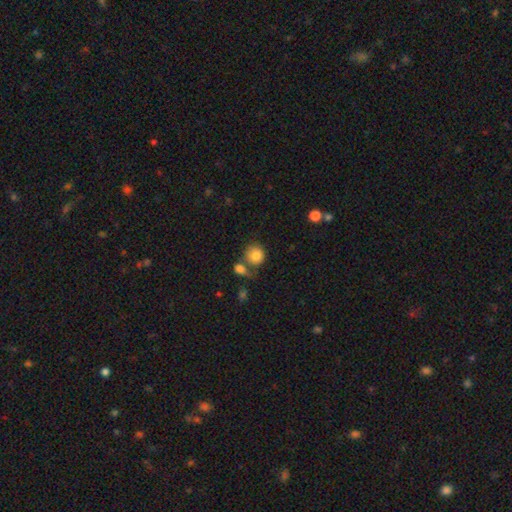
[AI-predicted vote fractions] smooth 83%, star or artifact 9%, featured or disk 8%. Down the decision tree: how rounded — round (82%); merging — none (55%).